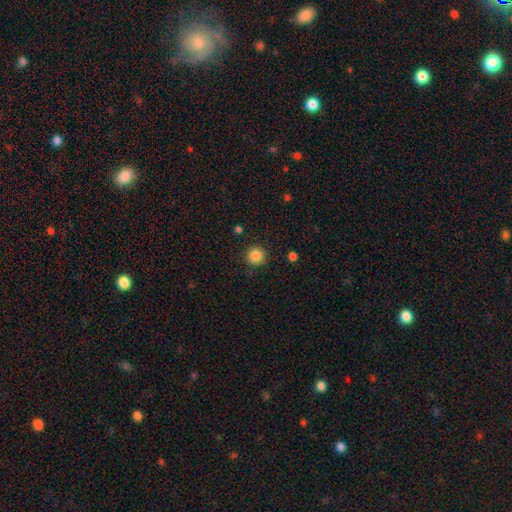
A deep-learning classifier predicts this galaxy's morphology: Smooth or featured? smooth (86%)
How rounded? round (95%)
Merging? none (90%)